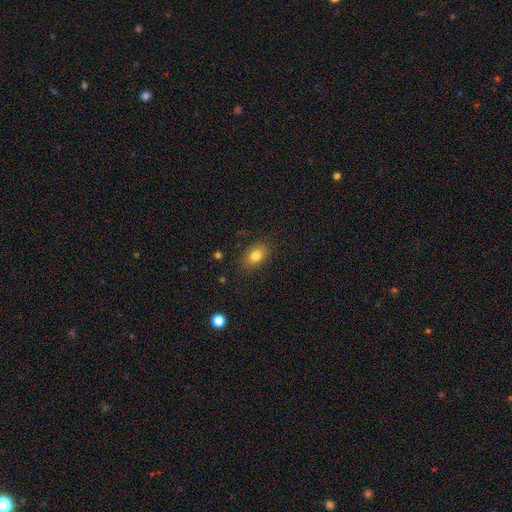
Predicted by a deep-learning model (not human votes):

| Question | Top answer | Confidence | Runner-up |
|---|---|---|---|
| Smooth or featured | smooth | 81% | star or artifact (10%) |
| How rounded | in between | 78% | round (20%) |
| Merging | none | 85% | minor disturbance (11%) |